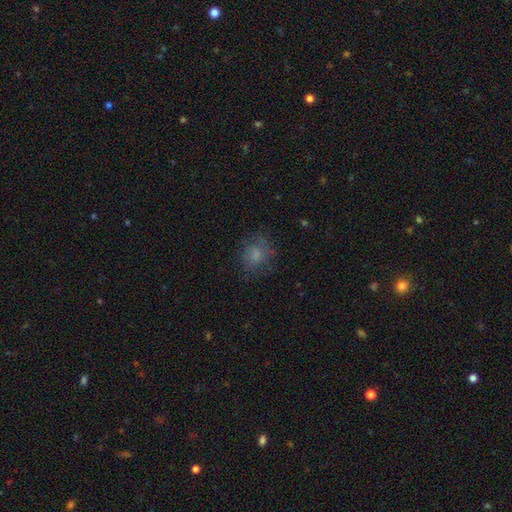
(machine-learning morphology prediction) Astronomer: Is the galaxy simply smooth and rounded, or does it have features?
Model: smooth — 74%.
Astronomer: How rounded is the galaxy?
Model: round — 68%.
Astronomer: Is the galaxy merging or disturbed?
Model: none — 71%.